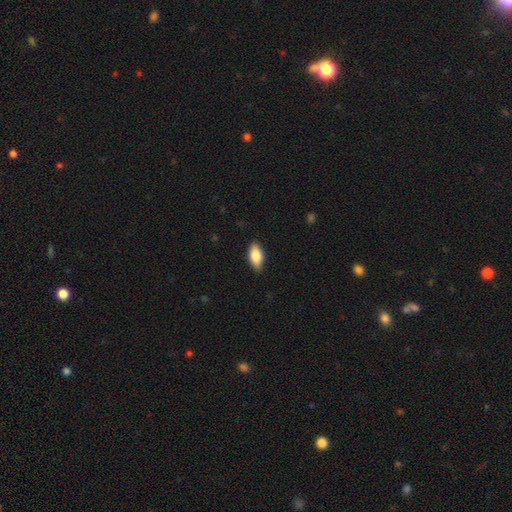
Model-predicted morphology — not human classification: type=smooth (79%); roundness=in between (88%); merging=none (87%).